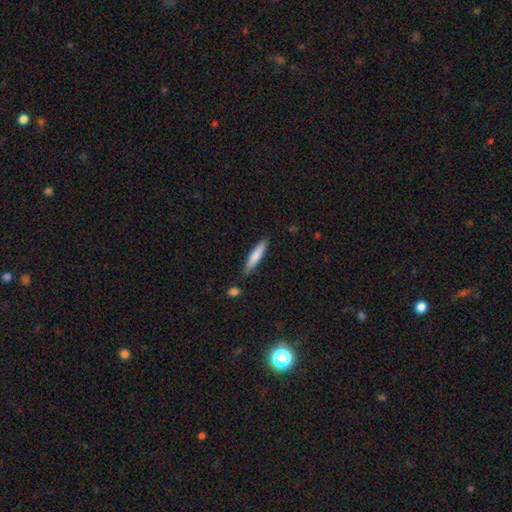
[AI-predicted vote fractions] This appears to be a smooth galaxy with no disk features (76%) that is cigar-shaped (87%). Merging: none (84%).